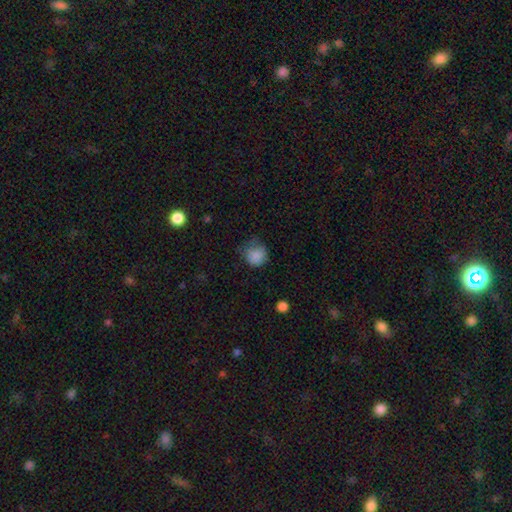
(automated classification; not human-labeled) This appears to be a smooth galaxy with no disk features (85%) that is round (83%). Merging: none (52%).